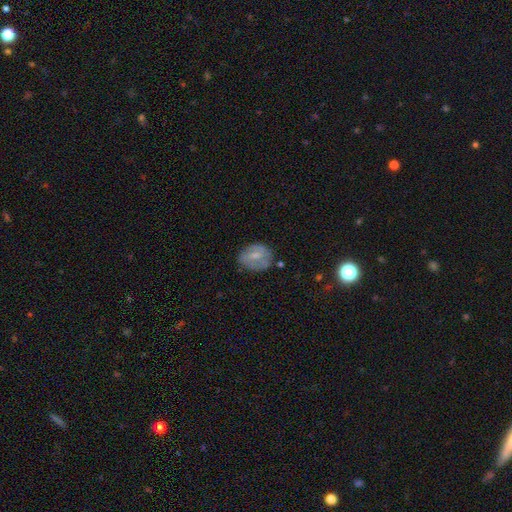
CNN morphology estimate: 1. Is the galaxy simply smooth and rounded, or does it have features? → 53% smooth, 39% featured or disk, 8% star or artifact.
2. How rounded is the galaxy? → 56% in between, 42% round, 2% cigar-shaped.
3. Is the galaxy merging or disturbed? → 61% none, 26% minor disturbance, 9% major disturbance, 3% merger.